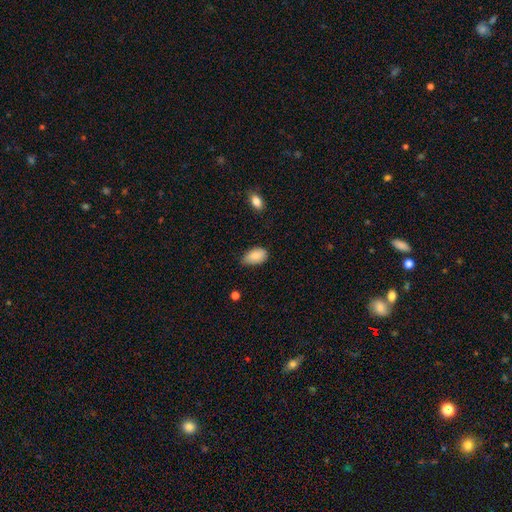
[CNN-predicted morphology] This appears to be a smooth galaxy with no disk features (86%) that is in between round and cigar-shaped (93%). Merging: none (59%).